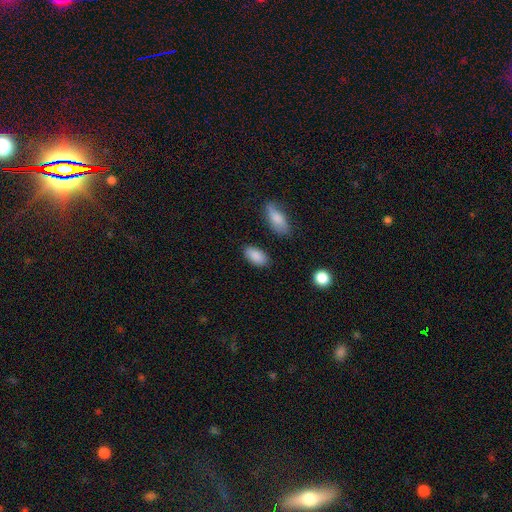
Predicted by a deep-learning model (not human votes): smooth-or-featured: smooth: 88% | star or artifact: 7% | featured or disk: 5%
  how-rounded: in between: 93% | round: 4% | cigar-shaped: 3%
  merging: none: 84% | minor disturbance: 11% | merger: 3% | major disturbance: 3%